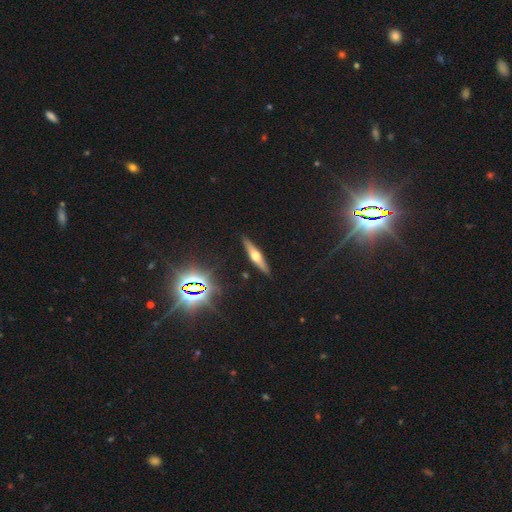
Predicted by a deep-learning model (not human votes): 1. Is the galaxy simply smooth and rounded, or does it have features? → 57% featured or disk, 32% smooth, 11% star or artifact.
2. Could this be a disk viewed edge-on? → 94% yes, 6% no.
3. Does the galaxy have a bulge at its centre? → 92% rounded, 4% boxy, 4% none.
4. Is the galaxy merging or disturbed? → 90% none, 7% minor disturbance, 2% major disturbance, 1% merger.